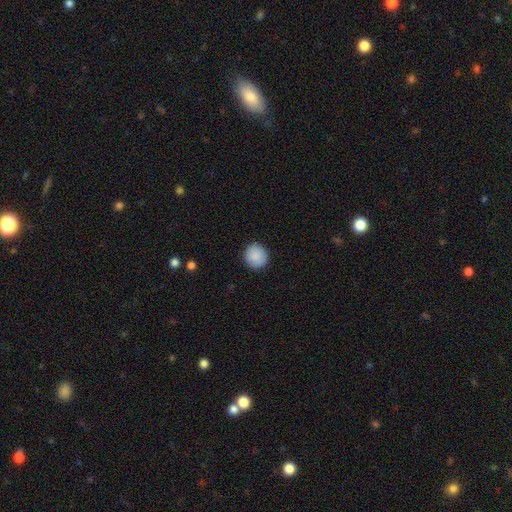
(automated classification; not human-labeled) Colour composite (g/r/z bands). It shows a smooth galaxy with no disk features (89%) that is round (92%). Merging: none (91%).